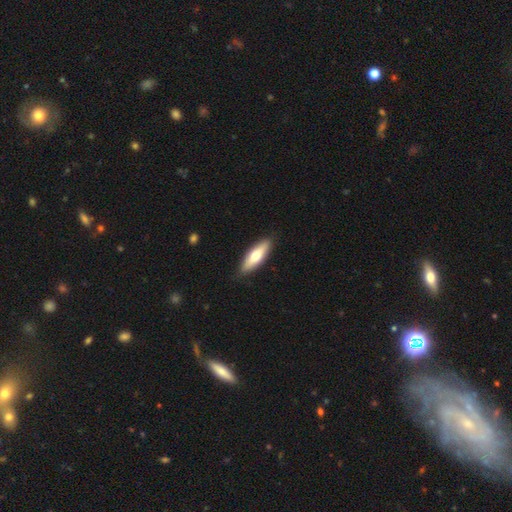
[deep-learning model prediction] This appears to be a smooth galaxy with no disk features (64%) that is in between round and cigar-shaped (49%, tied with cigar-shaped). Merging: none (88%).